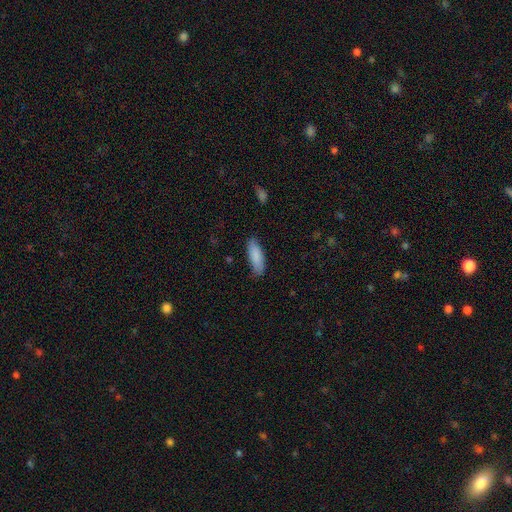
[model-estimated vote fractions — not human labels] Smooth or featured: smooth — 87% (featured or disk — 7%)
How rounded: in between — 58% (cigar-shaped — 41%)
Merging: none — 81% (minor disturbance — 15%)